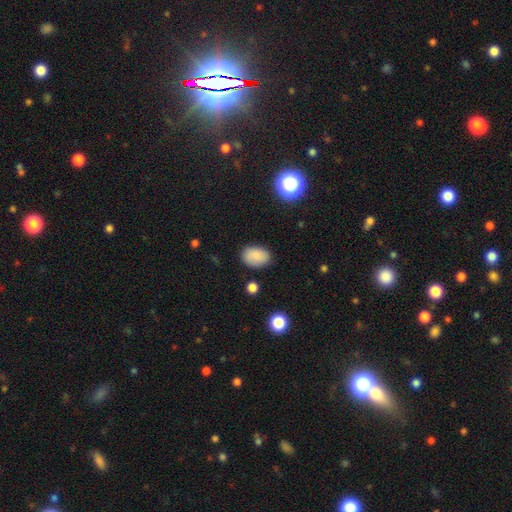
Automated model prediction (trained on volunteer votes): Smooth or featured: smooth — 86% (star or artifact — 9%)
How rounded: in between — 83% (round — 16%)
Merging: none — 81% (minor disturbance — 14%)